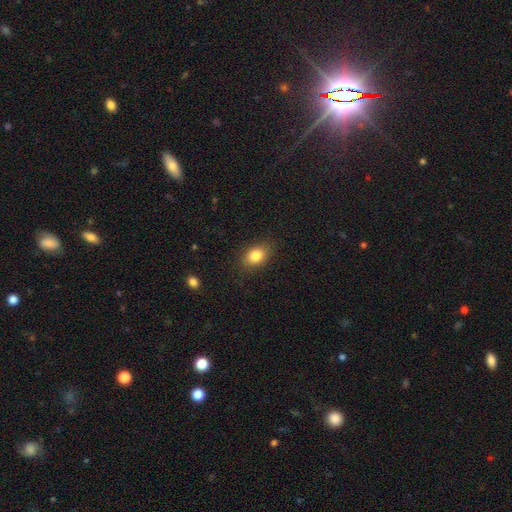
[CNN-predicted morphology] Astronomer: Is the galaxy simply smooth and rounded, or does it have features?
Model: smooth — 84%.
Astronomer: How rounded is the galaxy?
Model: in between — 73%.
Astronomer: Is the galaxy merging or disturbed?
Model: none — 84%.